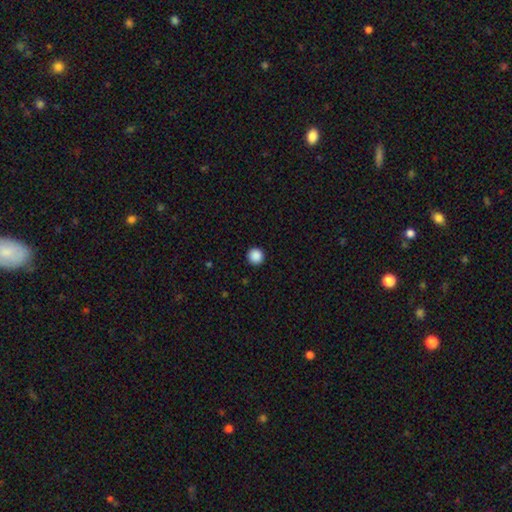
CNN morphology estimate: Smooth or featured? Predicted: smooth (p=0.88). How rounded? Predicted: round (p=0.96). Merging? Predicted: none (p=0.93).